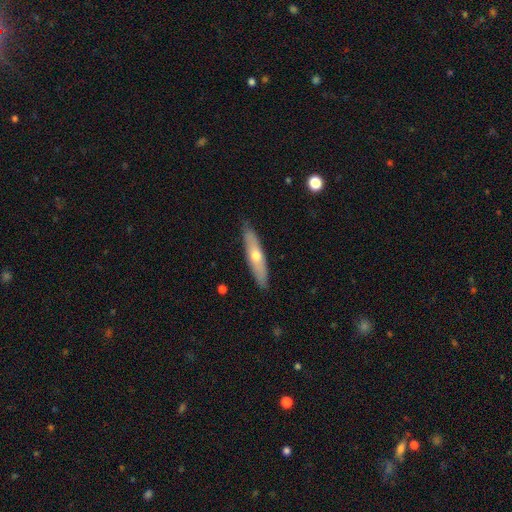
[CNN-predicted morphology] This appears to be a smooth galaxy with no disk features (52%) that is cigar-shaped (77%). Merging: none (86%).